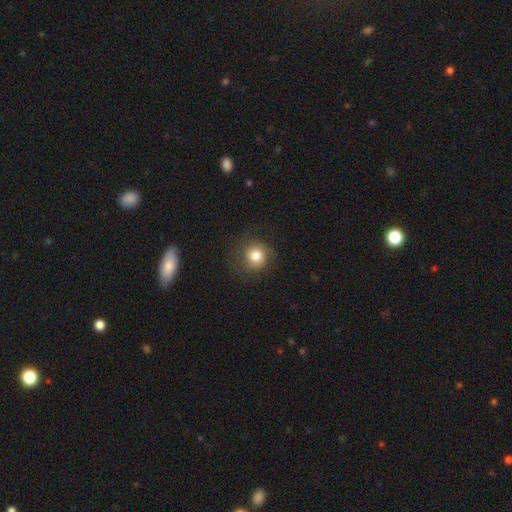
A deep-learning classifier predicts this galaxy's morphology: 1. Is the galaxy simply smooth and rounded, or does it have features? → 77% smooth, 13% featured or disk, 10% star or artifact.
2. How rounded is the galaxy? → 89% round, 10% in between, 1% cigar-shaped.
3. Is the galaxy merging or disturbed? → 76% none, 15% minor disturbance, 8% major disturbance, 1% merger.